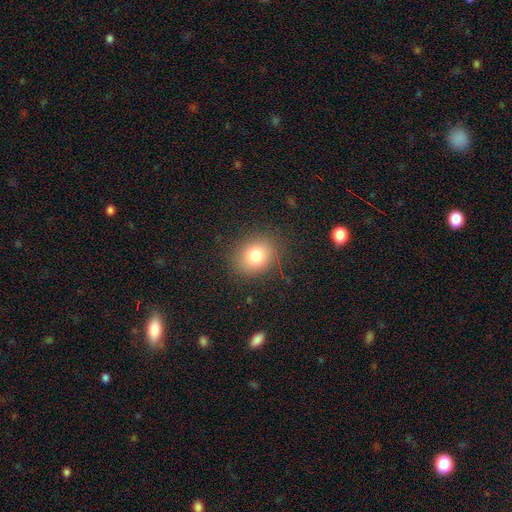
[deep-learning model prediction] Smooth or featured? smooth (79%)
How rounded? round (66%)
Merging? none (85%)